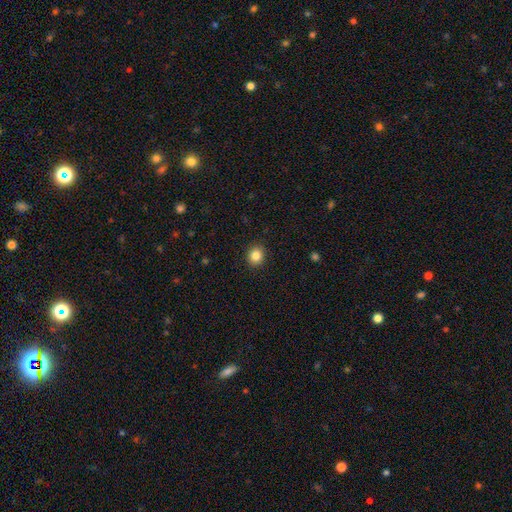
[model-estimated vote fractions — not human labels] Smooth or featured?
  - smooth: 85% *
  - star or artifact: 10%
  - featured or disk: 5%
How rounded?
  - round: 82% *
  - in between: 17%
  - cigar-shaped: 1%
Merging?
  - none: 91% *
  - minor disturbance: 6%
  - major disturbance: 2%
  - merger: 1%